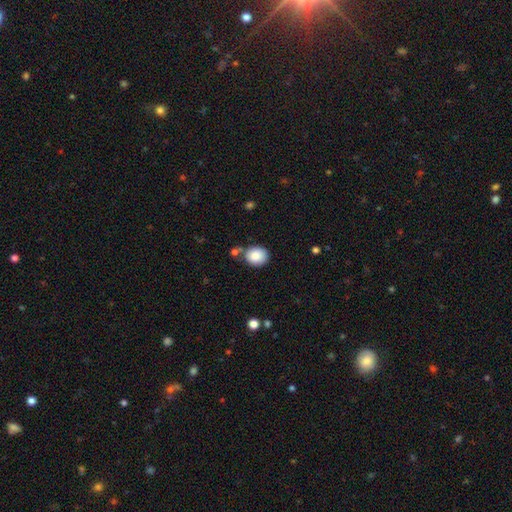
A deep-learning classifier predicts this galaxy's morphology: Q: Smooth or featured?
A: smooth (86%); runner-up: star or artifact (8%)
Q: How rounded?
A: round (64%); runner-up: in between (35%)
Q: Merging?
A: none (71%); runner-up: minor disturbance (15%)